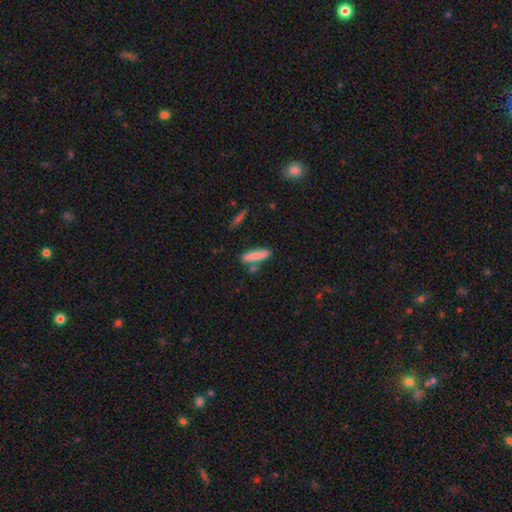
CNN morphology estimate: Smooth or featured? smooth (82%)
How rounded? cigar-shaped (75%)
Merging? none (74%)